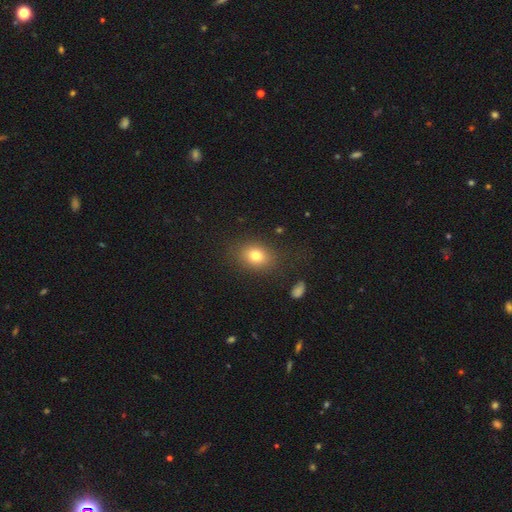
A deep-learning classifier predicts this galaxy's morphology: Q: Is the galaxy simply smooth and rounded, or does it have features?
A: smooth — 78%.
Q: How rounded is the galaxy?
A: in between — 59%.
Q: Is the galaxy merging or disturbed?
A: none — 82%.